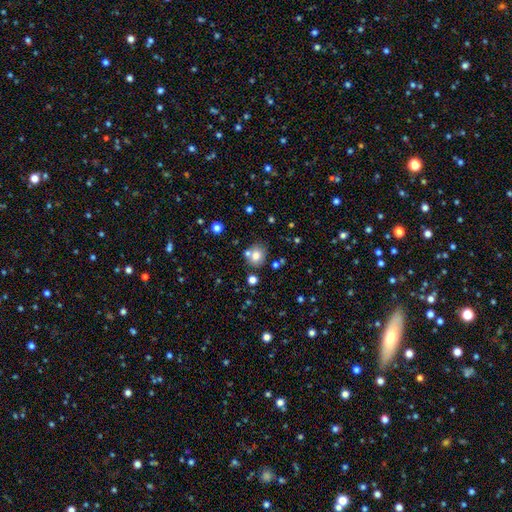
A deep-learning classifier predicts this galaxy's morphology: smooth 76%, star or artifact 12%, featured or disk 12%. Down the decision tree: how rounded — round (74%); merging — none (65%).